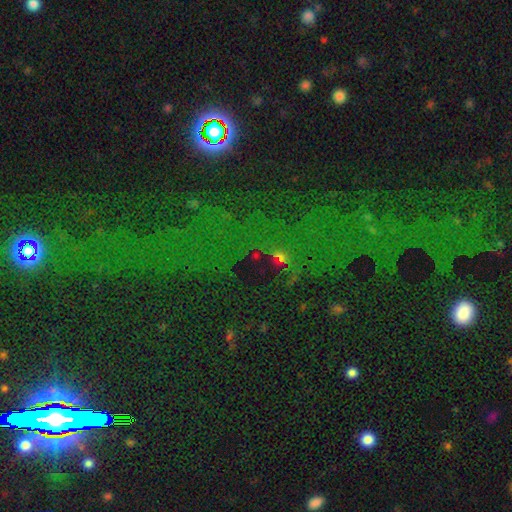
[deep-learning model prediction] Smooth or featured? Predicted: star or artifact (p=0.64).